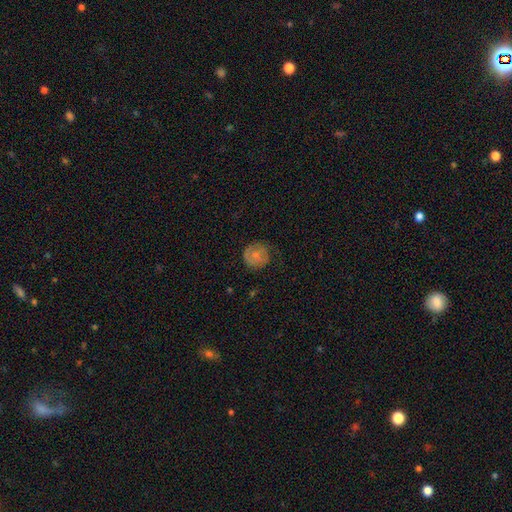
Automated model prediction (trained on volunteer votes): This appears to be a smooth galaxy with no disk features (68%) that is round (89%). Merging: none (63%).